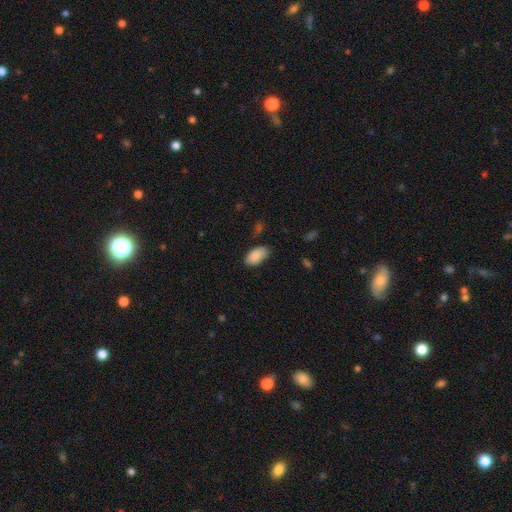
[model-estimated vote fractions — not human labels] Smooth or featured? Predicted: smooth (p=0.88). How rounded? Predicted: in between (p=0.94). Merging? Predicted: none (p=0.72).